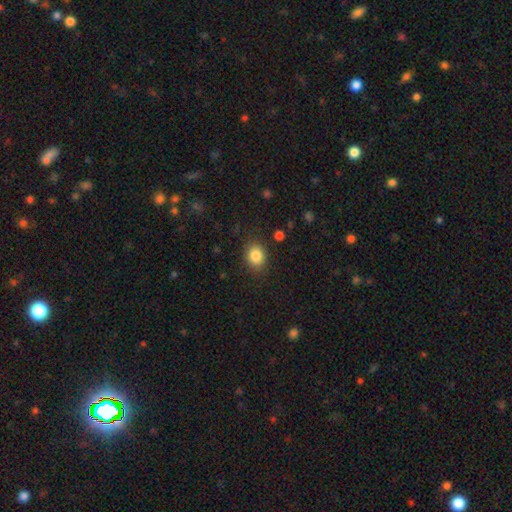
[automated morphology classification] A smooth galaxy with no disk features (85%) that is round (54%).

Vote fractions:
- Smooth or featured? smooth: 85% / star or artifact: 10% / featured or disk: 5%
- How rounded? round: 54% / in between: 45% / cigar-shaped: 1%
- Merging? none: 85% / minor disturbance: 10% / major disturbance: 3% / merger: 2%